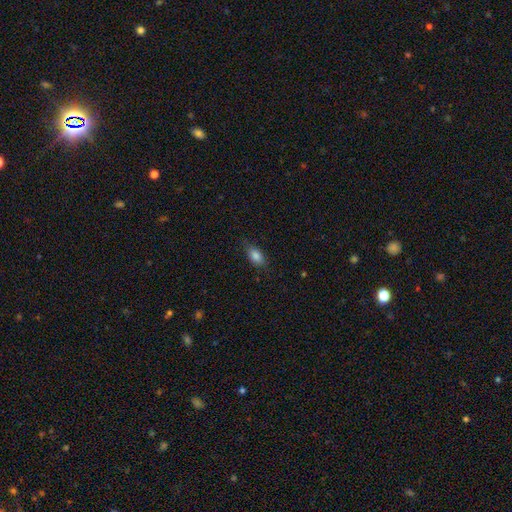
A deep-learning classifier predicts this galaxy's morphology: This appears to be a smooth galaxy with no disk features (84%) that is in between round and cigar-shaped (87%). Merging: none (79%).